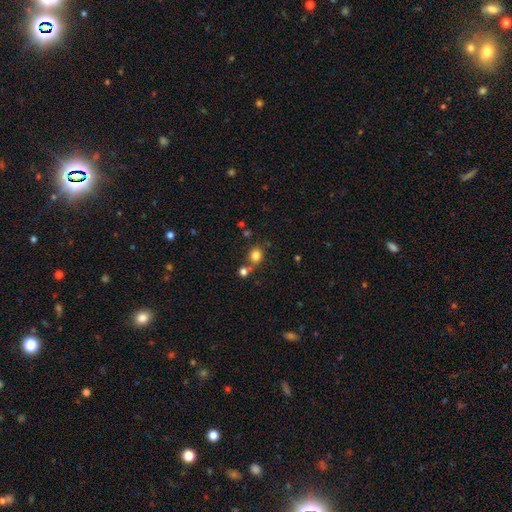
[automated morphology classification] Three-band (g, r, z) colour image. It shows a smooth galaxy with no disk features (81%) that is round (72%). Merging: none (64%).